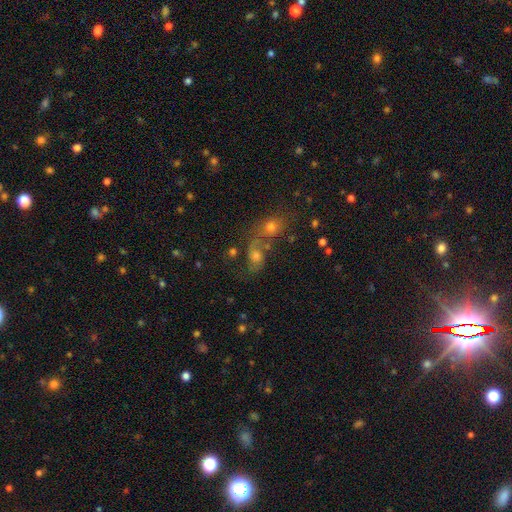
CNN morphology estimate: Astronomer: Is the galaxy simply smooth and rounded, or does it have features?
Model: smooth — 46% (runner-up: featured or disk, 36%).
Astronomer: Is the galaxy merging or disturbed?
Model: merger — 44% (runner-up: none, 35%).